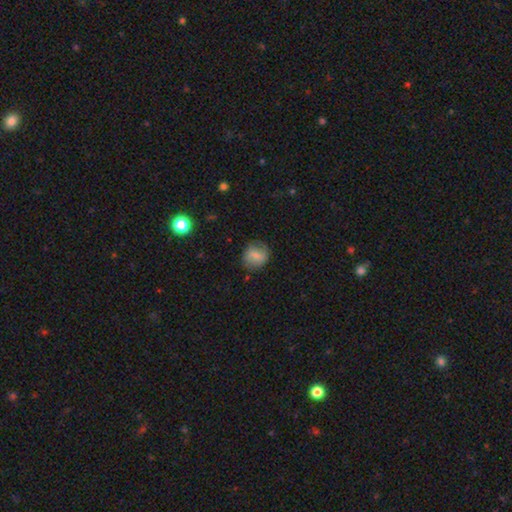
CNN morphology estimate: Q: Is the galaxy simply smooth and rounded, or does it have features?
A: smooth — 71%.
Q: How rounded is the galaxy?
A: round — 75%.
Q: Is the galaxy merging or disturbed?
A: none — 73%.